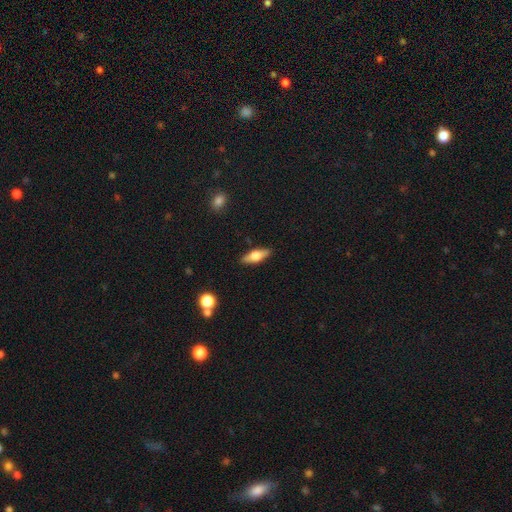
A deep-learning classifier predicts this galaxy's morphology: Q: Smooth or featured?
A: featured or disk (47%); runner-up: smooth (46%)
Q: Merging?
A: none (88%); runner-up: minor disturbance (9%)